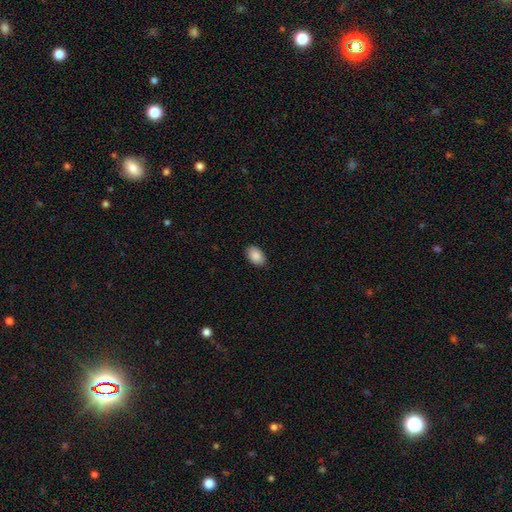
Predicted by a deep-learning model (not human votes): Smooth or featured? smooth (89%)
How rounded? in between (90%)
Merging? none (88%)